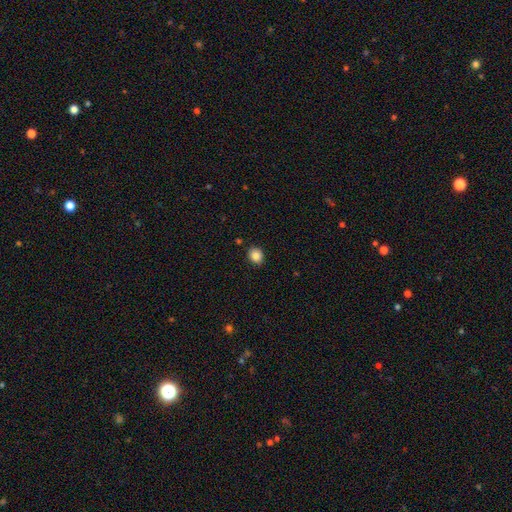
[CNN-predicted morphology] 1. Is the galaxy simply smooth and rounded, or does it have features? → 85% smooth, 10% star or artifact, 5% featured or disk.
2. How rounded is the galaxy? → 67% round, 32% in between, 1% cigar-shaped.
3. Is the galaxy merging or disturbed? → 88% none, 8% minor disturbance, 2% major disturbance, 2% merger.